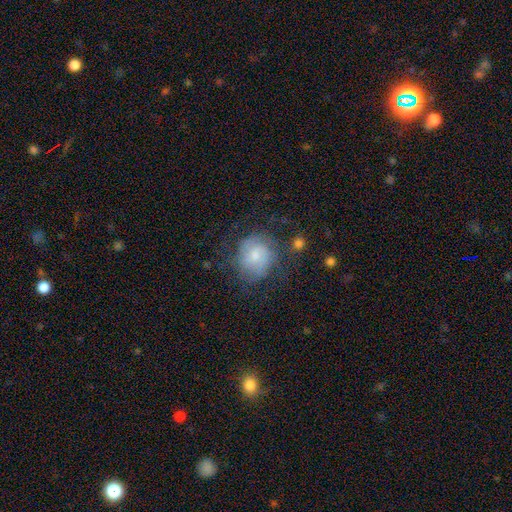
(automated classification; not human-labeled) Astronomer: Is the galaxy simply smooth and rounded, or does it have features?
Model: smooth — 50% (runner-up: featured or disk, 42%).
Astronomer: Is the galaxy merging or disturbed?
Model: none — 59%.